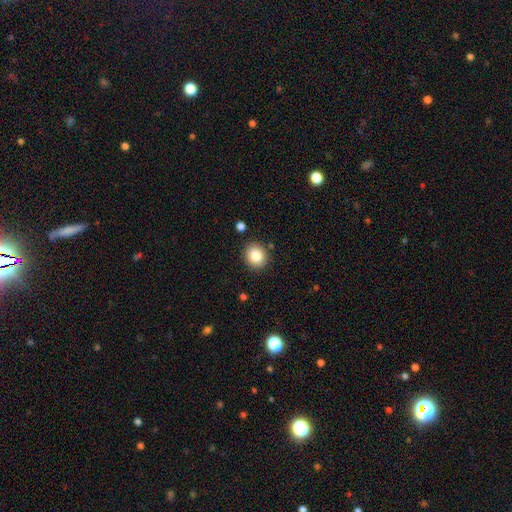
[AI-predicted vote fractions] This is clearly a smooth galaxy (84%). How rounded: likely round (77%). Merging: clearly none (88%).